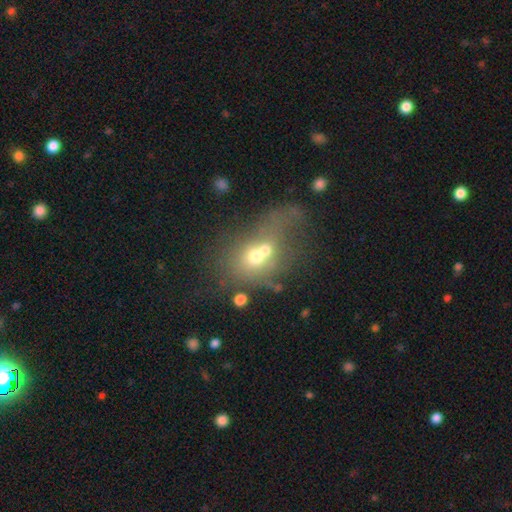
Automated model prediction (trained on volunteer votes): Smooth or featured?
  - smooth: 52% *
  - featured or disk: 33%
  - star or artifact: 15%
How rounded?
  - round: 55% *
  - in between: 43%
  - cigar-shaped: 2%
Merging?
  - merger: 65% *
  - none: 15%
  - major disturbance: 13%
  - minor disturbance: 7%